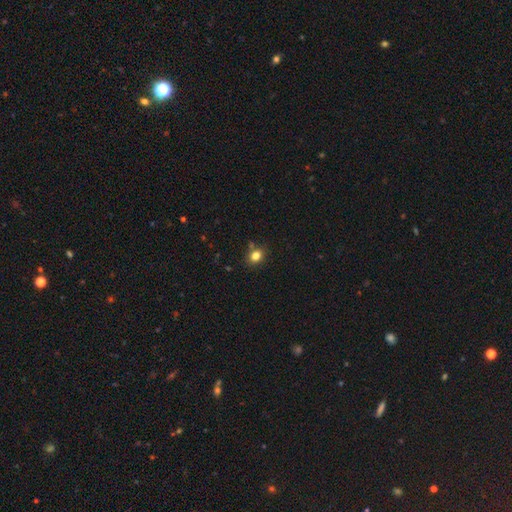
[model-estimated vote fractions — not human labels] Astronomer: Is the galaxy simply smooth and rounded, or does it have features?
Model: smooth — 80%.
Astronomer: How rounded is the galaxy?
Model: round — 64%.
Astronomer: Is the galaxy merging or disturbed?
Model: none — 78%.